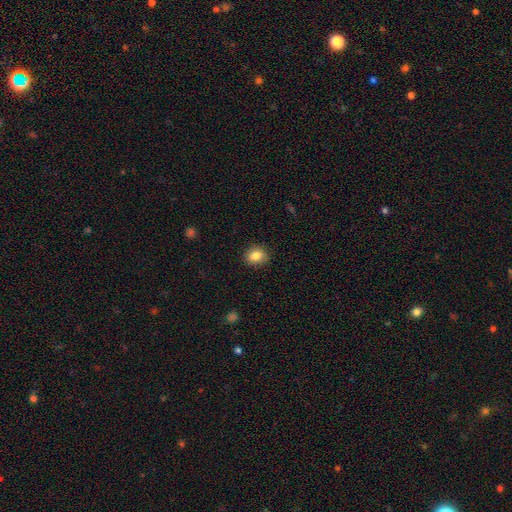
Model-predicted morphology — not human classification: A smooth galaxy with no disk features (84%) that is round (50%). Merging: none (86%).